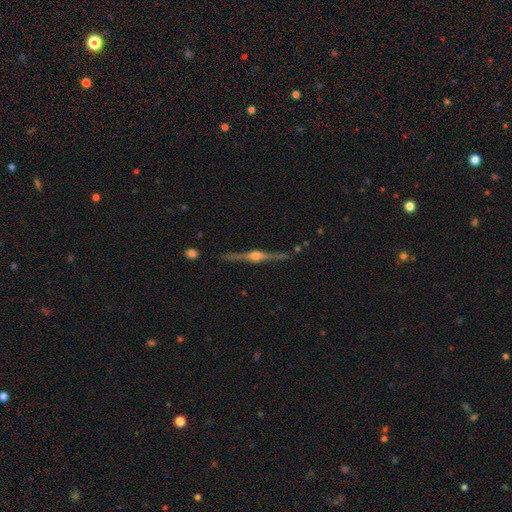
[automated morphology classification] This appears to be a featured or disk galaxy (86%) viewed edge-on (98%) with a rounded central bulge (94%). Merging: none (88%).